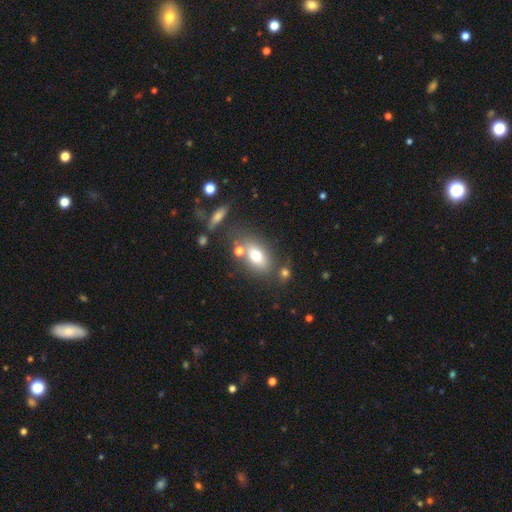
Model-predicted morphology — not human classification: A smooth galaxy with no disk features (70%) that is in between round and cigar-shaped (80%). Merging: none (63%).